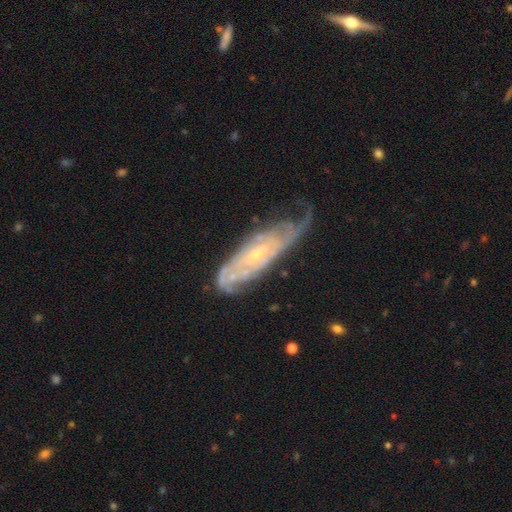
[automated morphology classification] Q: Smooth or featured?
A: featured or disk (83%); runner-up: smooth (11%)
Q: Edge-on disk?
A: no (85%); runner-up: yes (15%)
Q: Bar?
A: no (51%); runner-up: weak (38%)
Q: Spiral arms?
A: yes (94%); runner-up: no (6%)
Q: Spiral winding?
A: tight (65%); runner-up: medium (28%)
Q: Spiral arm count?
A: can't tell (46%); runner-up: 2 (23%)
Q: Bulge size?
A: small (74%); runner-up: moderate (21%)
Q: Merging?
A: none (48%); runner-up: minor disturbance (30%)